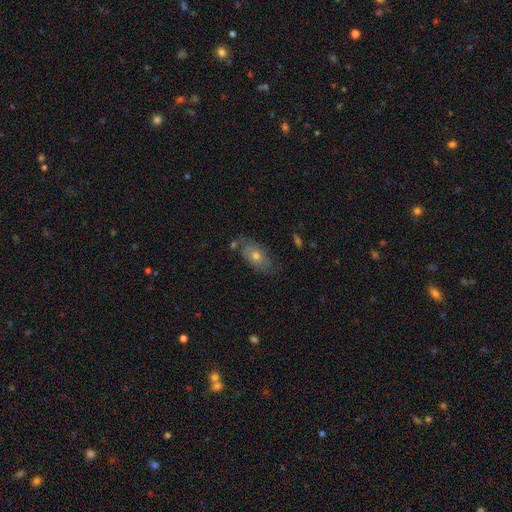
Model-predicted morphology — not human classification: This is possibly a smooth galaxy (46%). Merging: likely none (63%).